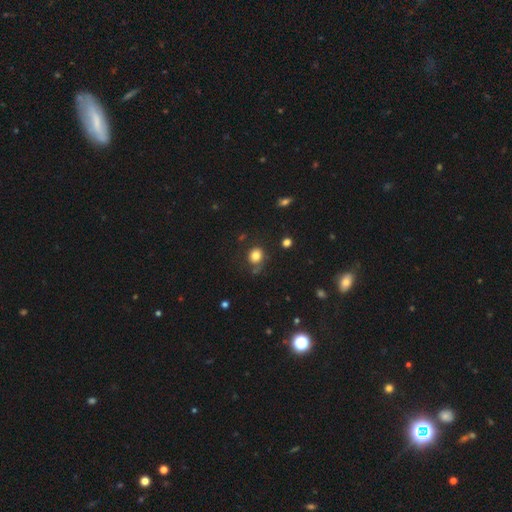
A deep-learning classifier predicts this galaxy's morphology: This appears to be a smooth galaxy with no disk features (80%) that is round (75%). Merging: none (72%).